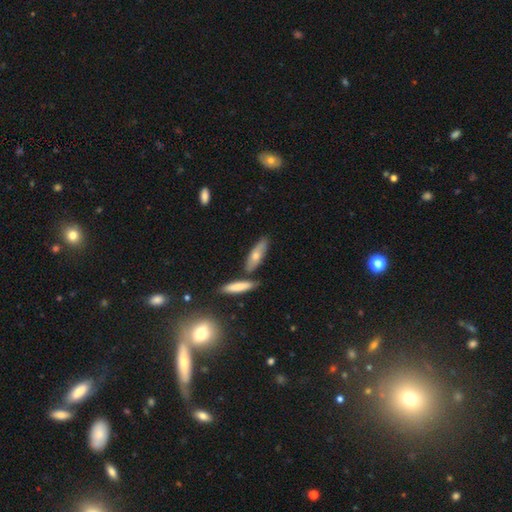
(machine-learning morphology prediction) Overall: smooth (63%; featured or disk 30%). How rounded: cigar-shaped (50%; in between 47%). Merging: none (70%).